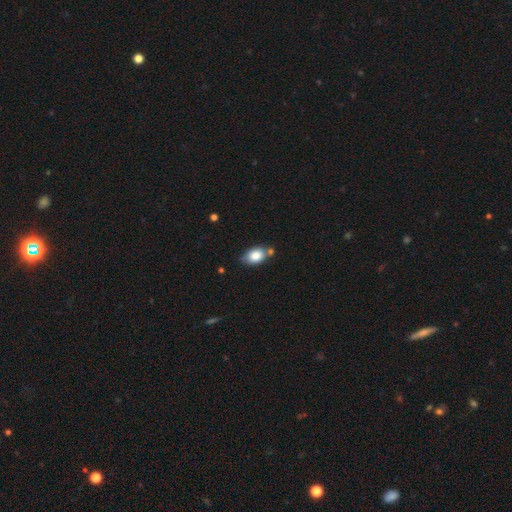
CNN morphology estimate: A smooth galaxy with no disk features (82%) that is in between round and cigar-shaped (84%). Merging: none (65%).